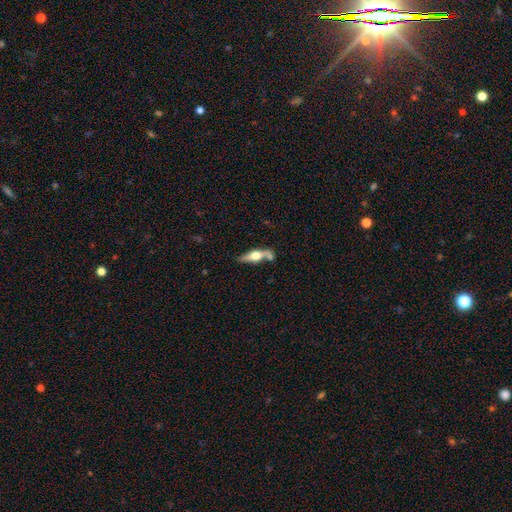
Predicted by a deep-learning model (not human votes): smooth-or-featured: featured or disk: 59% | smooth: 35% | star or artifact: 6%
  disk-edge-on: yes: 88% | no: 12%
    edge-on-bulge: rounded: 94% | boxy: 4% | none: 2%
  merging: none: 55% | merger: 22% | minor disturbance: 16% | major disturbance: 7%